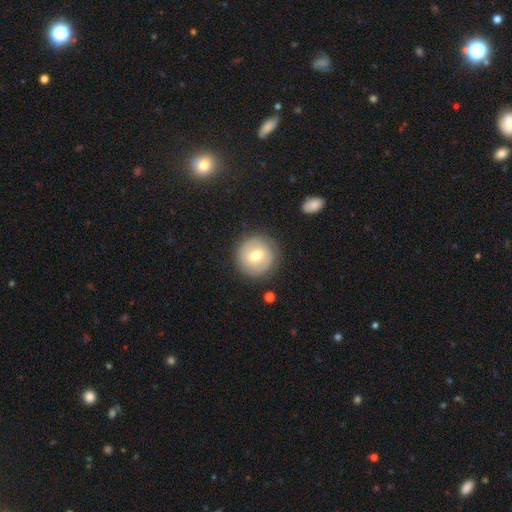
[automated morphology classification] This appears to be a smooth galaxy with no disk features (56%) that is round (92%). Merging: none (85%).